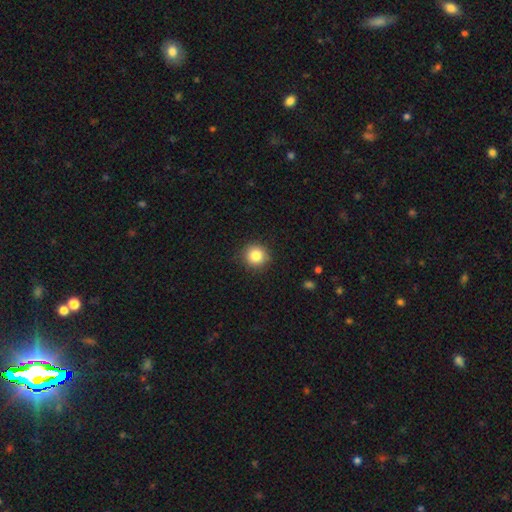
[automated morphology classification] smooth-or-featured: smooth: 84% | star or artifact: 10% | featured or disk: 6%
  how-rounded: round: 93% | in between: 6% | cigar-shaped: 1%
  merging: none: 90% | minor disturbance: 7% | major disturbance: 2% | merger: 1%